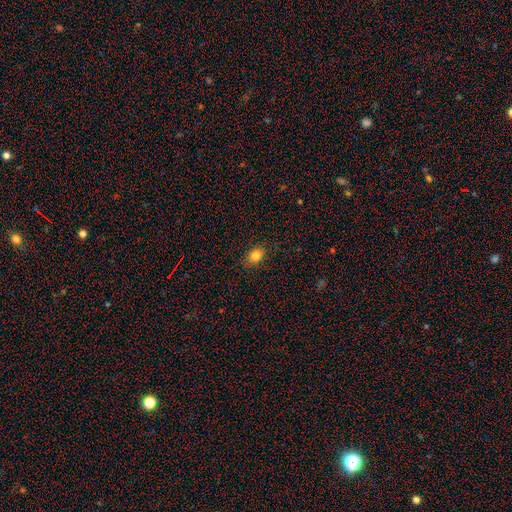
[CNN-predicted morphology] A smooth galaxy with no disk features (82%) that is in between round and cigar-shaped (64%). Merging: none (85%).